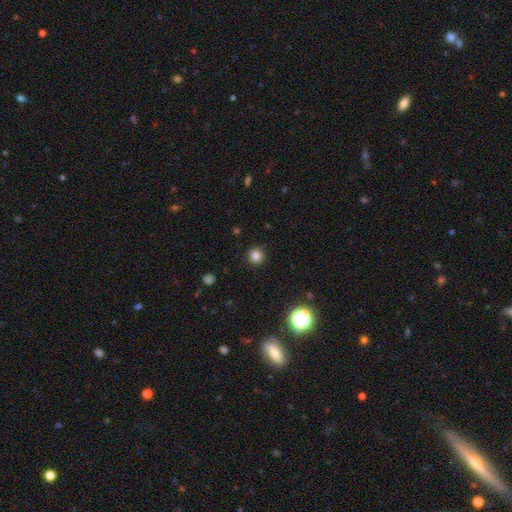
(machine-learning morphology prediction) Overall: smooth (82%). How rounded: round (95%). Merging: none (92%).